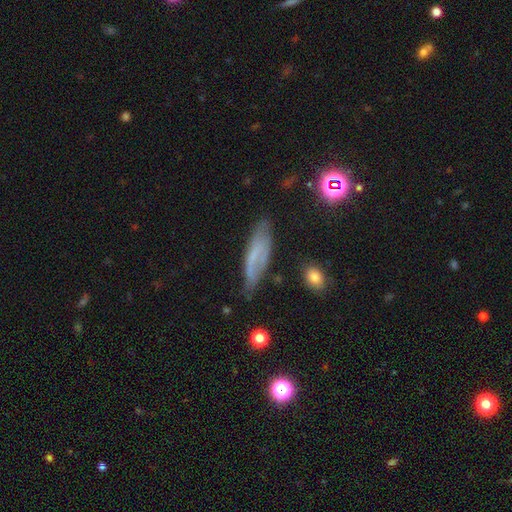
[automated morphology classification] featured or disk 44%, smooth 43%, star or artifact 13%. Down the decision tree: merging — none (60%).